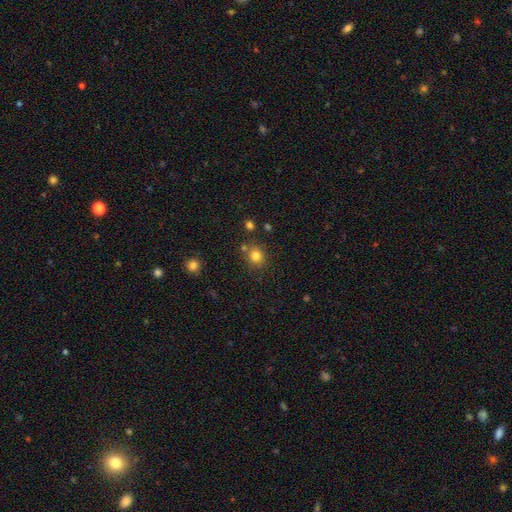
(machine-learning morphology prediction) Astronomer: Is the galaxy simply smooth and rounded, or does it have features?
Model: smooth — 80%.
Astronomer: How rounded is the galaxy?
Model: round — 79%.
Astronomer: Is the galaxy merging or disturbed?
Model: none — 76%.